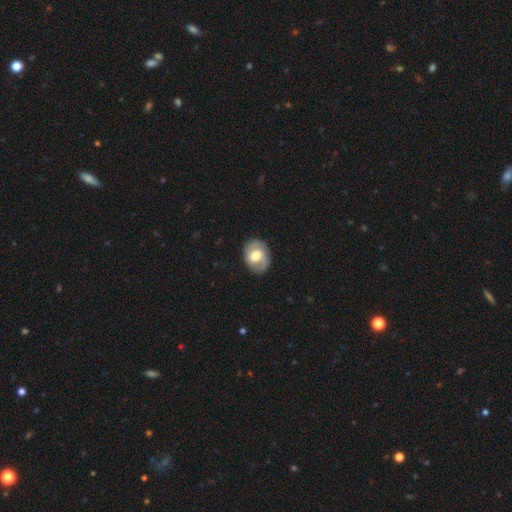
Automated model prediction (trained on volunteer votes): A featured or disk galaxy (50%). Merging: none (79%).